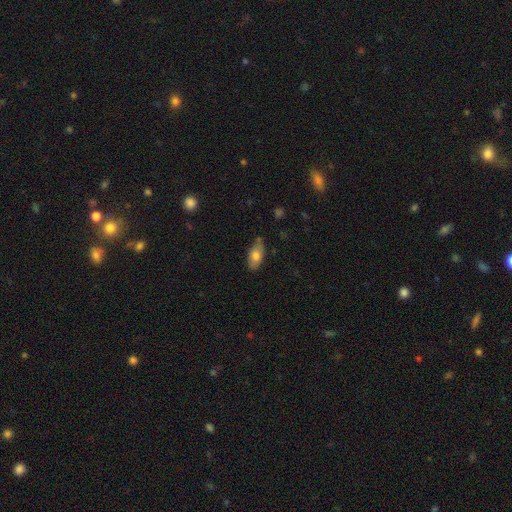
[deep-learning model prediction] smooth 73%, featured or disk 20%, star or artifact 7%. Down the decision tree: how rounded — in between (88%); merging — none (75%).